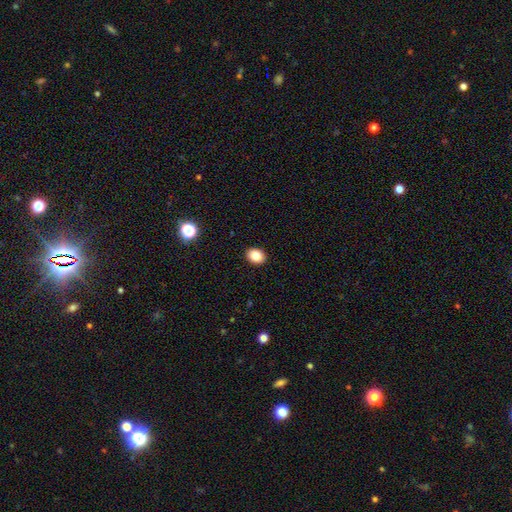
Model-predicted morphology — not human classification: smooth 85%, star or artifact 10%, featured or disk 6%. Down the decision tree: how rounded — in between (59%); merging — none (91%).